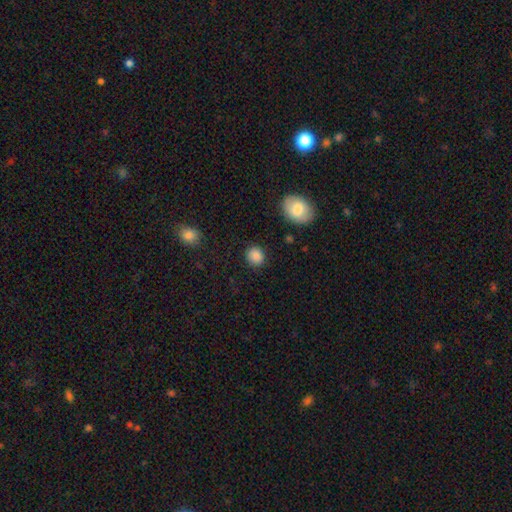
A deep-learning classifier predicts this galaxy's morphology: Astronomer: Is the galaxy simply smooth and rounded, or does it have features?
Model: smooth — 87%.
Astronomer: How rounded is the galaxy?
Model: round — 82%.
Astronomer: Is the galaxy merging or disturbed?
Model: none — 88%.